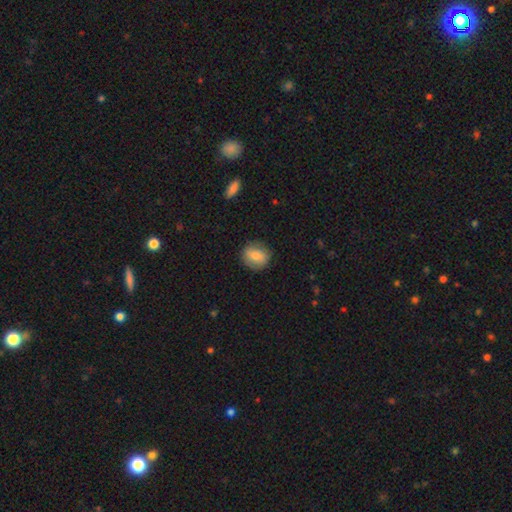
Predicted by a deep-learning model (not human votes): A smooth galaxy with no disk features (76%) that is round (76%).

Vote fractions:
- Smooth or featured? smooth: 76% / featured or disk: 16% / star or artifact: 8%
- How rounded? round: 76% / in between: 22% / cigar-shaped: 1%
- Merging? none: 84% / minor disturbance: 11% / major disturbance: 3% / merger: 1%